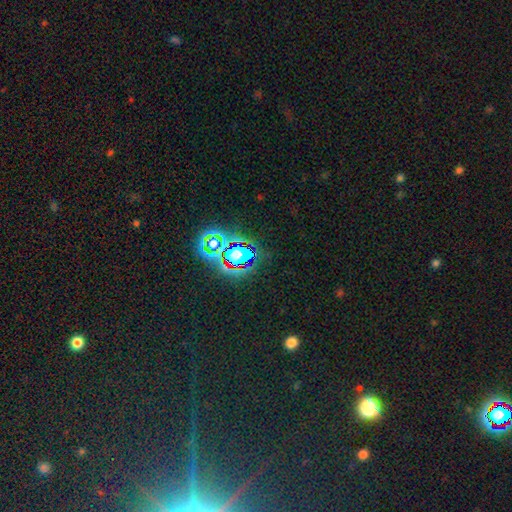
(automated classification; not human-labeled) The model was most divided on "smooth or featured": star or artifact: 76%, smooth: 15%, featured or disk: 9%.